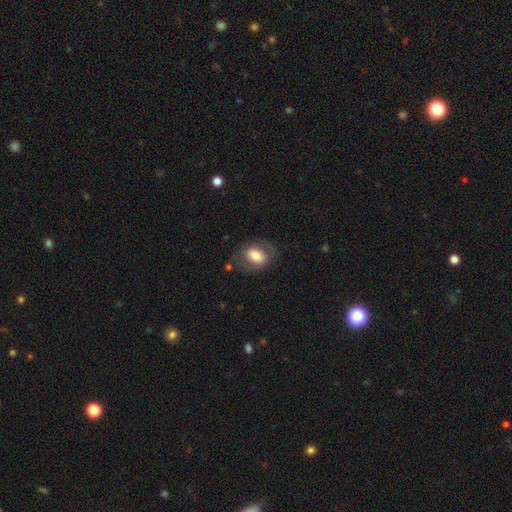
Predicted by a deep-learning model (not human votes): Smooth or featured? Predicted: smooth (p=0.63). How rounded? Predicted: in between (p=0.75). Merging? Predicted: none (p=0.70).